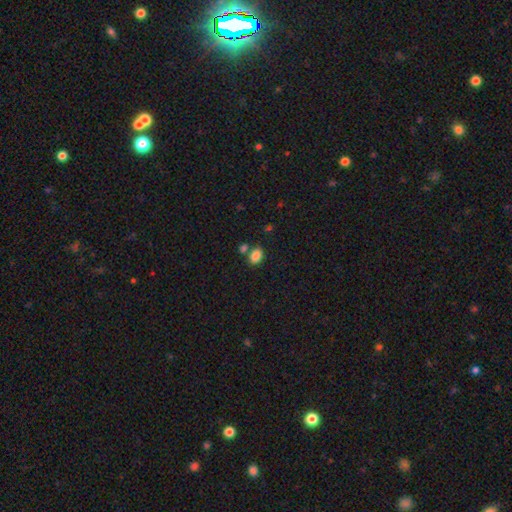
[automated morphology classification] smooth_or_featured: smooth (p=0.85) [alt: star or artifact p=0.09]
how_rounded: in between (p=0.76) [alt: round p=0.22]
merging: none (p=0.63) [alt: merger p=0.22]